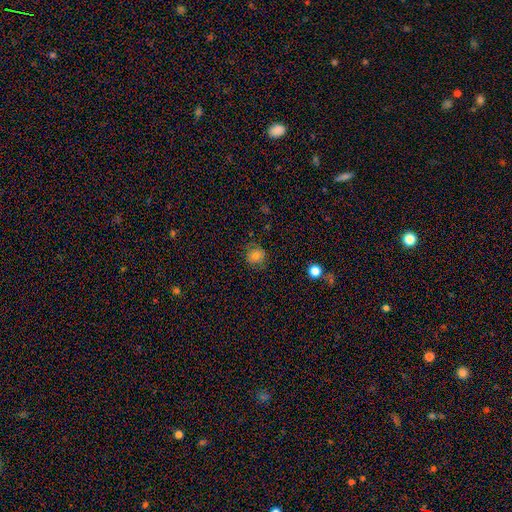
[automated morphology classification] smooth 76%, featured or disk 12%, star or artifact 12%. Down the decision tree: how rounded — round (88%); merging — none (78%).